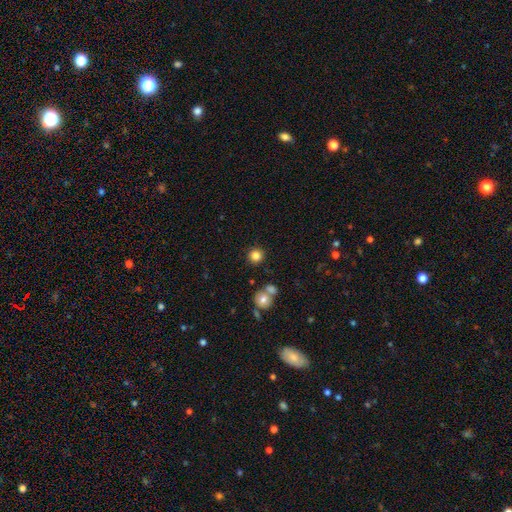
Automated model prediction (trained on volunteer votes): Overall: smooth (83%). How rounded: round (93%). Merging: none (85%).